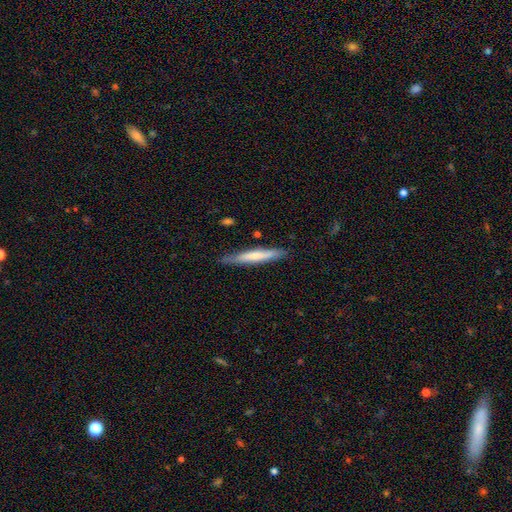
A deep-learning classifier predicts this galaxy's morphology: Smooth or featured: smooth — 58% (featured or disk — 37%)
How rounded: cigar-shaped — 94% (in between — 5%)
Merging: none — 82% (minor disturbance — 14%)